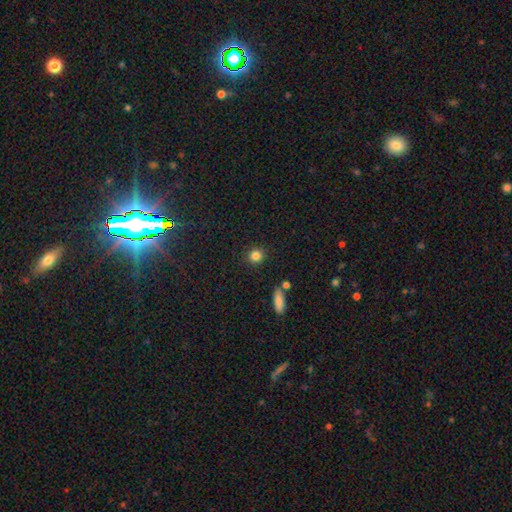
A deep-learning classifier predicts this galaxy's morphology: Q: Smooth or featured?
A: smooth (84%); runner-up: star or artifact (11%)
Q: How rounded?
A: round (86%); runner-up: in between (13%)
Q: Merging?
A: none (87%); runner-up: minor disturbance (8%)